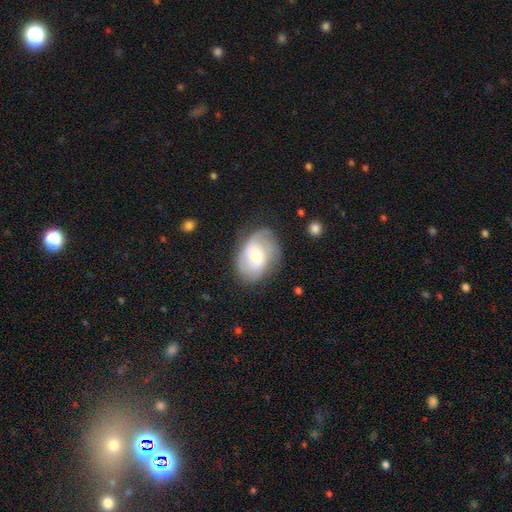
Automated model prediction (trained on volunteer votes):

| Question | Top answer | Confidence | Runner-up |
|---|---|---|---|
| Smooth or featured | featured or disk | 61% | smooth (32%) |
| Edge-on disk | no | 96% | yes (4%) |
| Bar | no | 45% | tied: weak (45%) |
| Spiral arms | yes | 84% | no (16%) |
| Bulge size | moderate | 58% | small (29%) |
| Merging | none | 64% | minor disturbance (24%) |